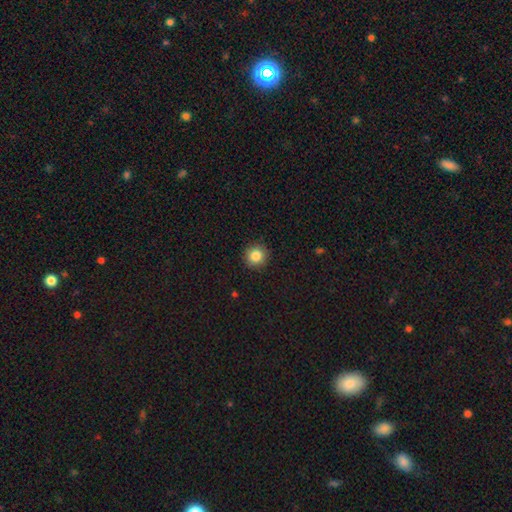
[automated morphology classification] This appears to be a smooth galaxy with no disk features (84%) that is round (93%). Merging: none (92%).